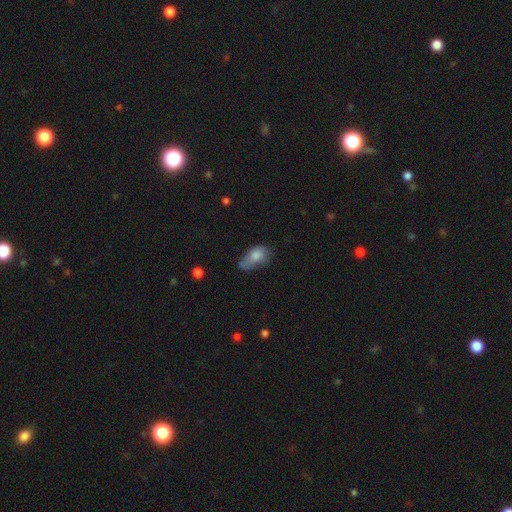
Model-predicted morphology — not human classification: type=smooth (75%); roundness=in between (87%); merging=minor disturbance (38%).